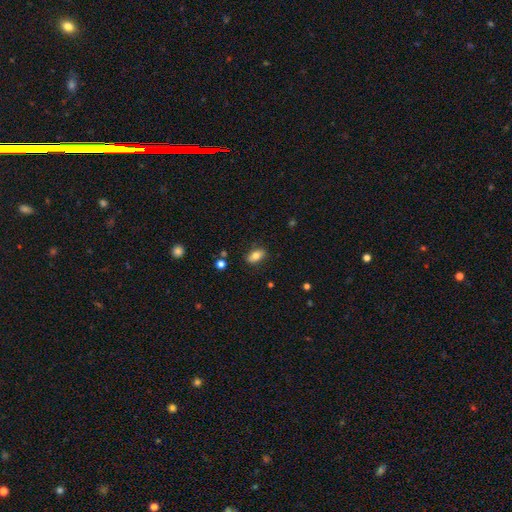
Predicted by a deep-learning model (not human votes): This is likely a smooth galaxy (78%). How rounded: clearly in between (87%). Merging: clearly none (85%).